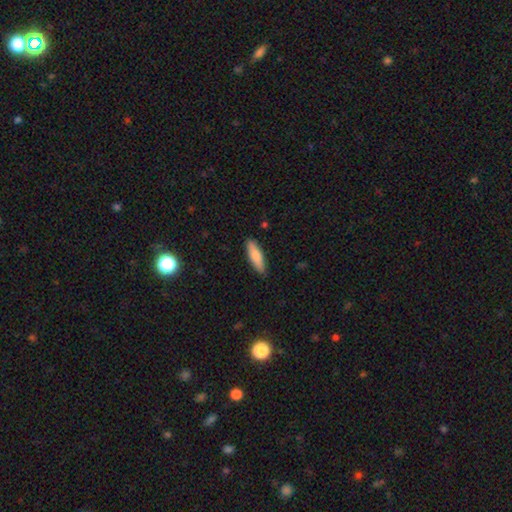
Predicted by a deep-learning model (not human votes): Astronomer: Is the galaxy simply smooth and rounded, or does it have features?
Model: smooth — 78%.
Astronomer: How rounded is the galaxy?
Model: cigar-shaped — 60% (runner-up: in between, 38%).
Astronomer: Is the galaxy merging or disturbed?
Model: none — 87%.